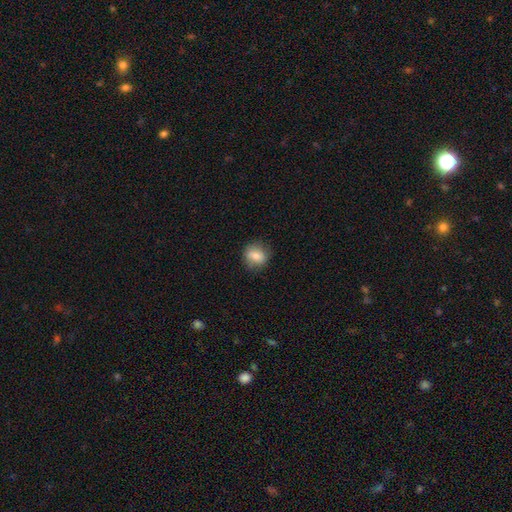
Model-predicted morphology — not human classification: smooth 76%, featured or disk 15%, star or artifact 8%. Down the decision tree: how rounded — round (65%); merging — none (79%).